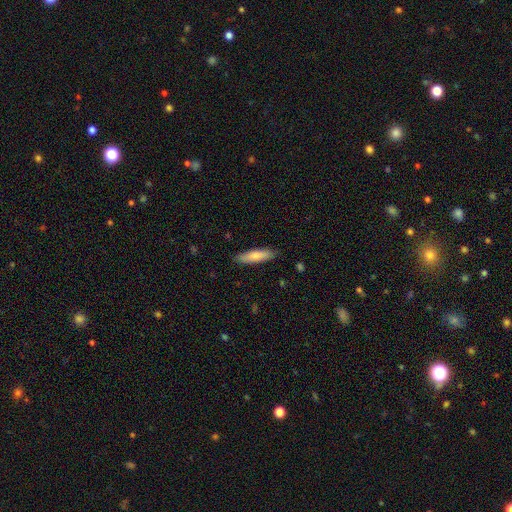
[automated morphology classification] Q: Smooth or featured?
A: smooth (77%); runner-up: featured or disk (18%)
Q: How rounded?
A: cigar-shaped (69%); runner-up: in between (29%)
Q: Merging?
A: none (88%); runner-up: minor disturbance (9%)